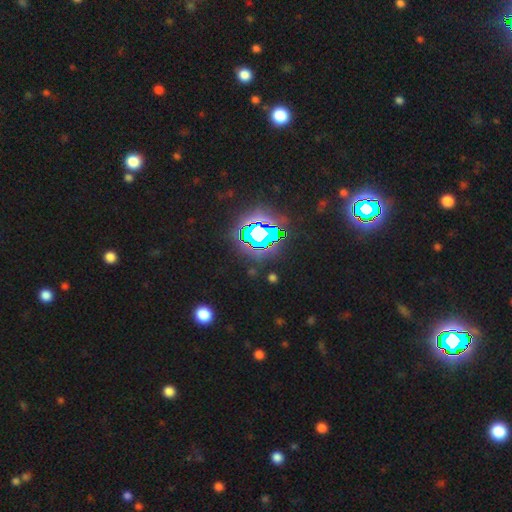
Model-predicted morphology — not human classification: This appears to be a star or artifact, not a galaxy (83%).